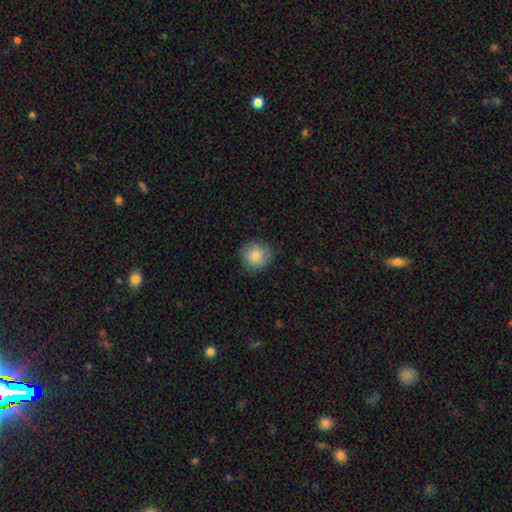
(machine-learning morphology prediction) smooth_or_featured: smooth (p=0.82) [alt: featured or disk p=0.11]
how_rounded: round (p=0.89) [alt: in between p=0.10]
merging: none (p=0.81) [alt: minor disturbance p=0.15]